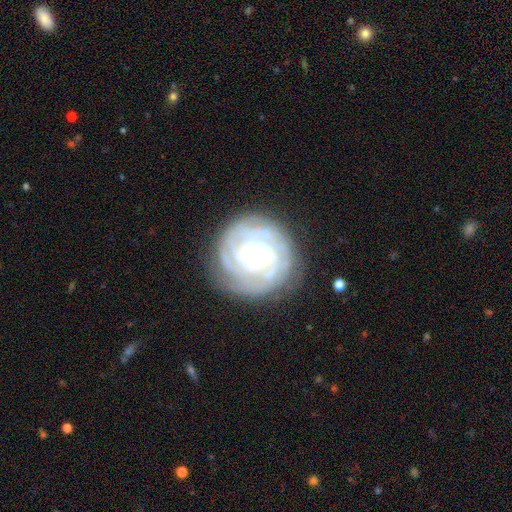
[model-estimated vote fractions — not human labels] Smooth or featured: featured or disk — 83% (smooth — 12%)
Edge-on disk: no — 97% (yes — 3%)
Bar: no — 49% (weak — 37%)
Spiral arms: yes — 93% (no — 7%)
Spiral winding: tight — 80% (medium — 16%)
Spiral arm count: can't tell — 42% (3 — 16%)
Bulge size: moderate — 69% (small — 18%)
Merging: none — 79% (minor disturbance — 15%)